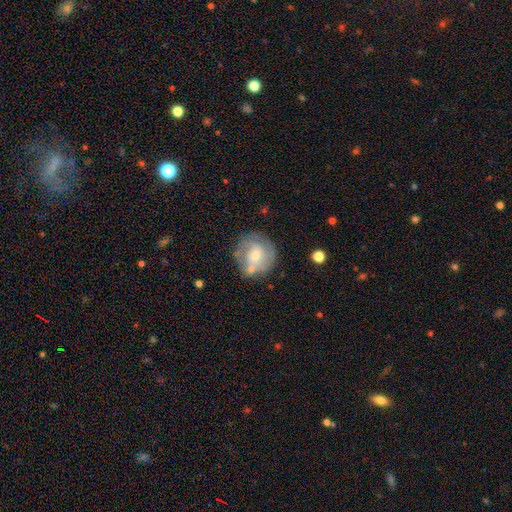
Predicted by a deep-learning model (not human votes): Smooth or featured? featured or disk (53%)
Edge-on disk? no (97%)
Bar? no (68%)
Spiral arms? yes (64%)
Bulge size? small (60%)
Merging? none (62%)